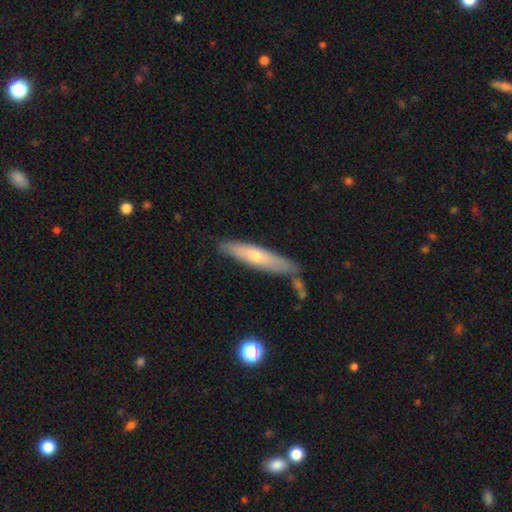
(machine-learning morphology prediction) The model was most divided on "smooth or featured": smooth: 52%, featured or disk: 42%, star or artifact: 6%. More confident: how rounded — cigar-shaped (83%); merging — none (73%).